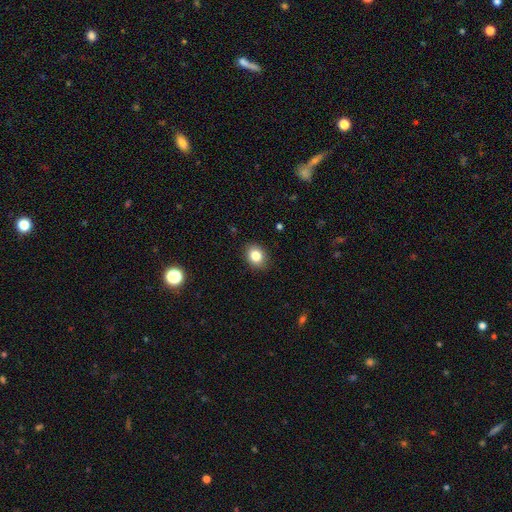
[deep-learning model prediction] Smooth or featured? Predicted: smooth (p=0.84). How rounded? Predicted: in between (p=0.52). Merging? Predicted: none (p=0.87).